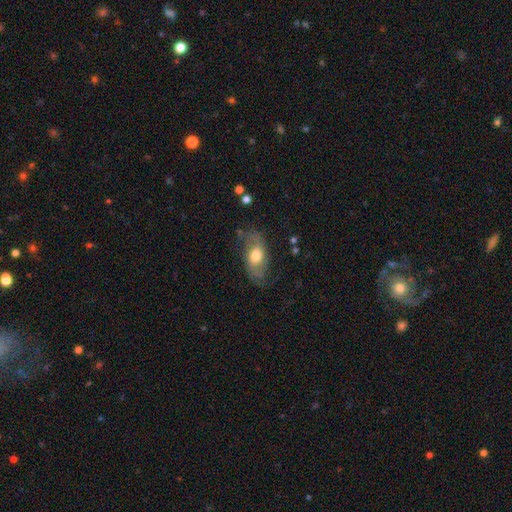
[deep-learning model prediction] smooth_or_featured: featured or disk (p=0.55) [alt: smooth p=0.38]
disk_edge_on: no (p=0.90) [alt: yes p=0.10]
merging: none (p=0.61) [alt: minor disturbance p=0.23]